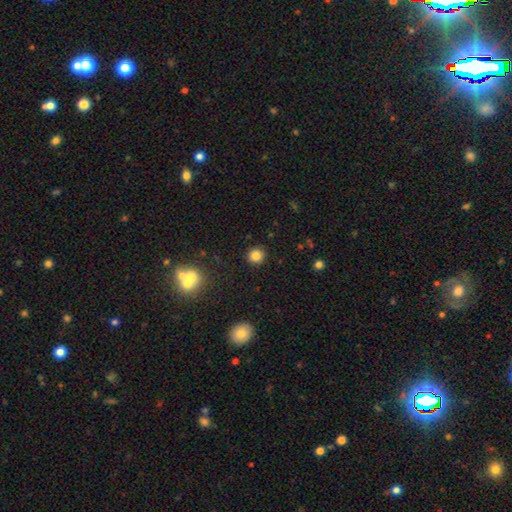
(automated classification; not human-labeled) Morphology: type=smooth (83%); roundness=round (92%); merging=none (91%).